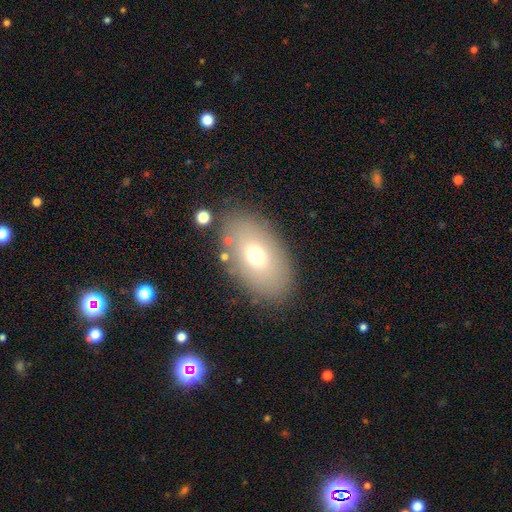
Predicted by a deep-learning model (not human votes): Smooth or featured?
  - smooth: 67% *
  - featured or disk: 23%
  - star or artifact: 10%
How rounded?
  - in between: 90% *
  - round: 8%
  - cigar-shaped: 2%
Merging?
  - none: 81% *
  - minor disturbance: 11%
  - major disturbance: 5%
  - merger: 3%